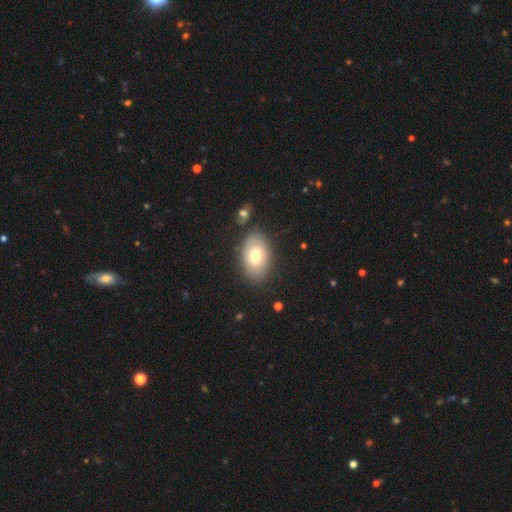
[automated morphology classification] Smooth or featured? smooth (73%)
How rounded? in between (91%)
Merging? none (81%)